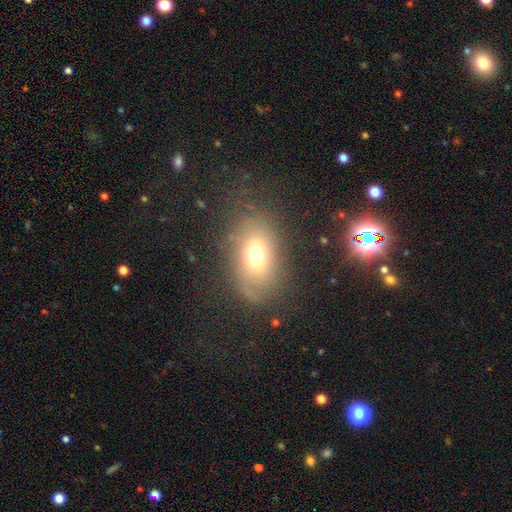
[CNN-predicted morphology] This appears to be a smooth galaxy with no disk features (65%) that is in between round and cigar-shaped (79%). Merging: none (70%).